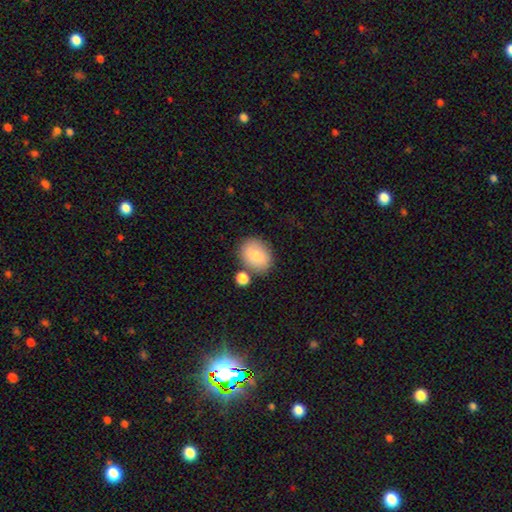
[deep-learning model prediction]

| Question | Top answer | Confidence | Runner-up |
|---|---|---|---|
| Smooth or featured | smooth | 79% | featured or disk (14%) |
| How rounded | in between | 60% | round (39%) |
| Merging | none | 72% | minor disturbance (13%) |